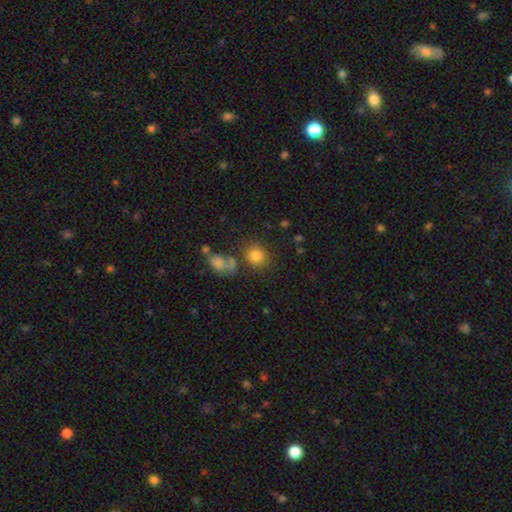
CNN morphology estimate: Smooth or featured: smooth — 81% (star or artifact — 12%)
How rounded: round — 80% (in between — 19%)
Merging: none — 71% (merger — 12%)